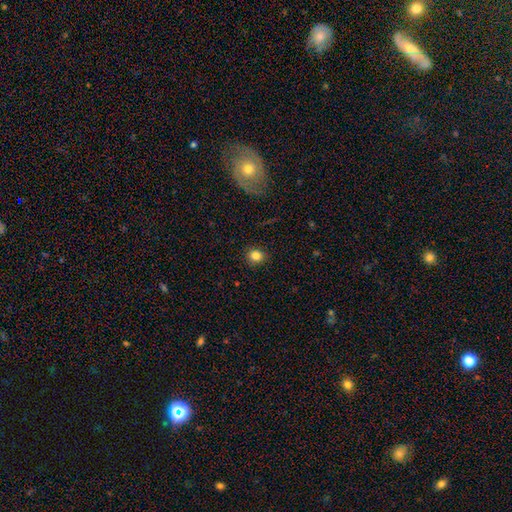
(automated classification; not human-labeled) Overall: smooth (83%). How rounded: round (83%). Merging: none (90%).